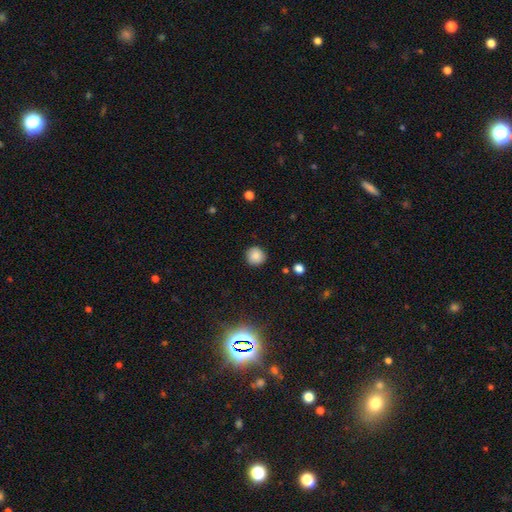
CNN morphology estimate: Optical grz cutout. It shows a smooth galaxy with no disk features (85%) that is round (93%). Merging: none (89%).